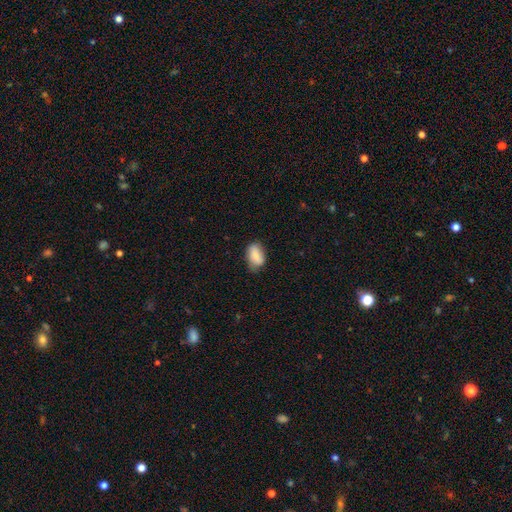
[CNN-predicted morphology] smooth-or-featured: smooth: 80% | featured or disk: 13% | star or artifact: 7%
  how-rounded: in between: 90% | round: 8% | cigar-shaped: 2%
  merging: none: 68% | minor disturbance: 26% | major disturbance: 5% | merger: 1%